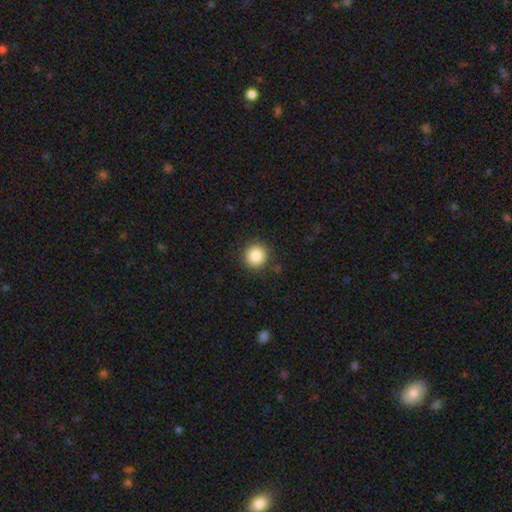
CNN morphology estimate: The model was most divided on "smooth or featured": smooth: 86%, star or artifact: 9%, featured or disk: 4%. More confident: how rounded — round (95%); merging — none (89%).